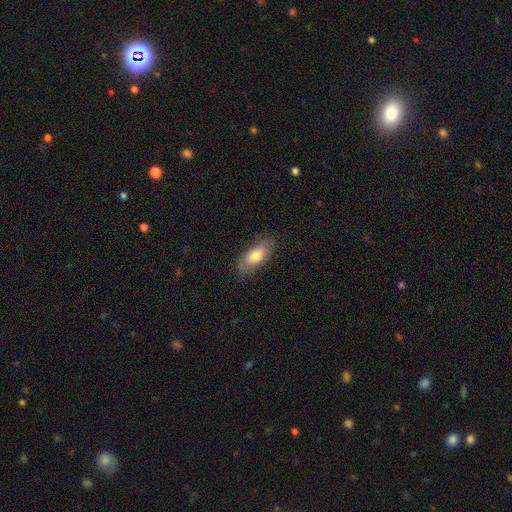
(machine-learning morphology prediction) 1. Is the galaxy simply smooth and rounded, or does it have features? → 75% smooth, 19% featured or disk, 6% star or artifact.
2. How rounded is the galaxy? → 81% in between, 15% cigar-shaped, 3% round.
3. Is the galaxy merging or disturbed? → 82% none, 13% minor disturbance, 3% major disturbance, 1% merger.